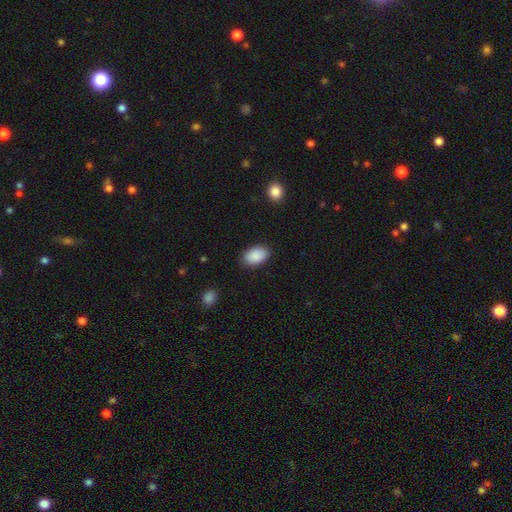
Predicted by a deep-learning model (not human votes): A smooth galaxy with no disk features (90%) that is in between round and cigar-shaped (92%). Merging: none (87%).